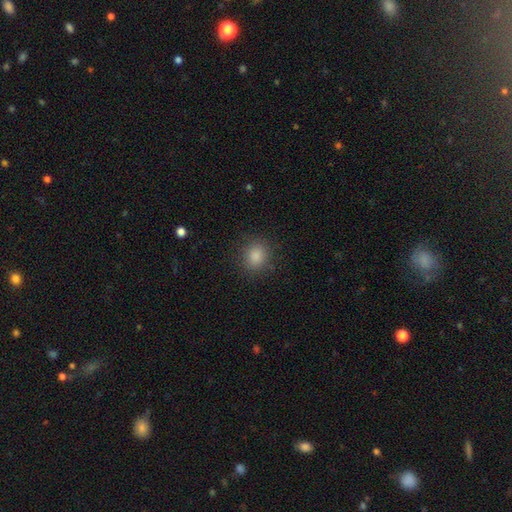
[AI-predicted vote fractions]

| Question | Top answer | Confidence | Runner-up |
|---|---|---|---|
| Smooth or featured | smooth | 83% | star or artifact (13%) |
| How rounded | round | 78% | in between (21%) |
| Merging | none | 88% | minor disturbance (8%) |